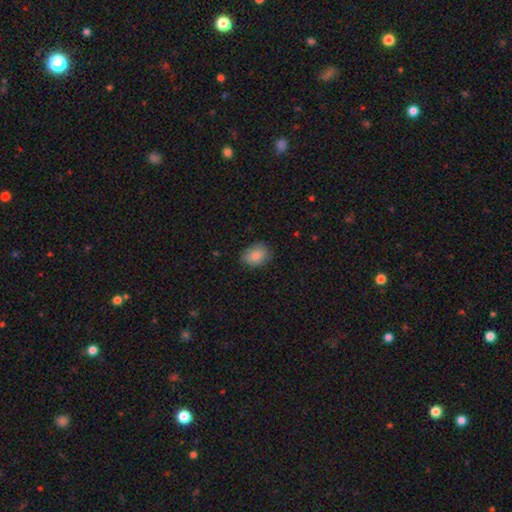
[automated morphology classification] smooth_or_featured: smooth (p=0.85) [alt: star or artifact p=0.08]
how_rounded: in between (p=0.60) [alt: round p=0.39]
merging: none (p=0.78) [alt: minor disturbance p=0.17]